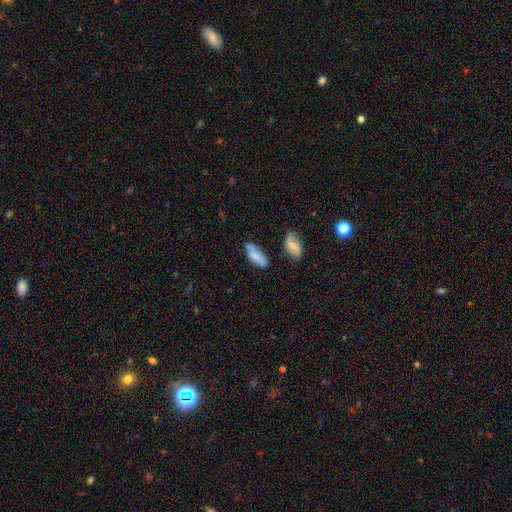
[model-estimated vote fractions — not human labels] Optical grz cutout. It shows a smooth galaxy with no disk features (71%) that is in between round and cigar-shaped (74%). Merging: none (58%).